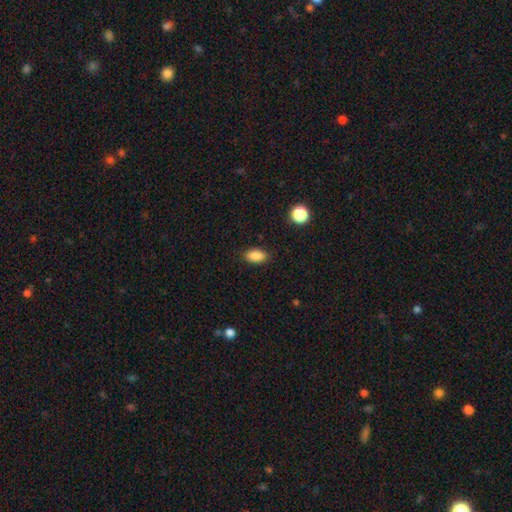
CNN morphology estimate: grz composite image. It shows a smooth galaxy with no disk features (87%) that is in between round and cigar-shaped (90%). Merging: none (88%).